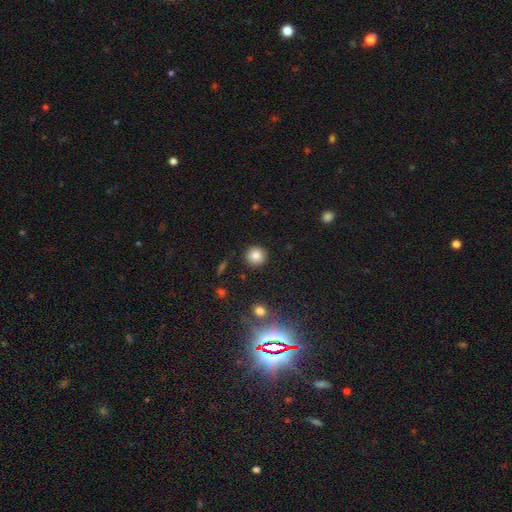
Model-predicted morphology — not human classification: Smooth or featured? Predicted: smooth (p=0.83). How rounded? Predicted: round (p=0.92). Merging? Predicted: none (p=0.90).